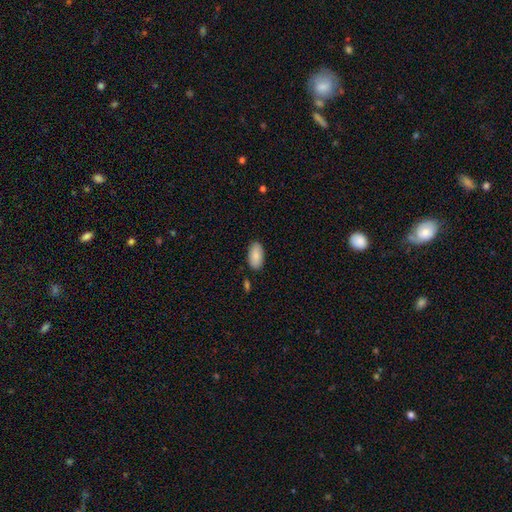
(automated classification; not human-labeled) This appears to be a smooth galaxy with no disk features (87%) that is in between round and cigar-shaped (95%). Merging: none (86%).